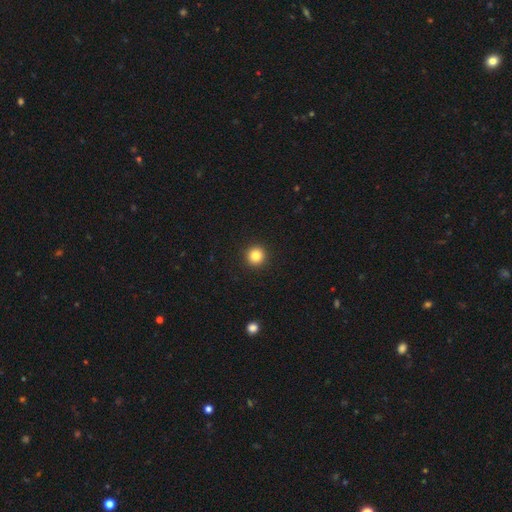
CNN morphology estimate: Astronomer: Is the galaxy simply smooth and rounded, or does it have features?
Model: smooth — 84%.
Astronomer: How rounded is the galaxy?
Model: round — 95%.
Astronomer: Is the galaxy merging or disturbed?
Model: none — 94%.